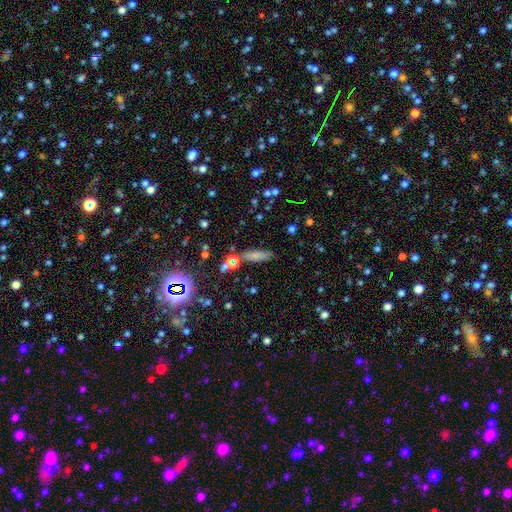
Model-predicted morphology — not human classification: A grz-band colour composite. It shows a smooth galaxy with no disk features (70%) that is cigar-shaped (57%). Merging: none (77%).